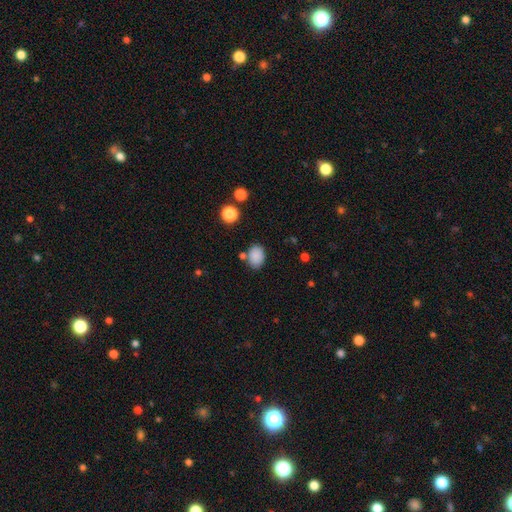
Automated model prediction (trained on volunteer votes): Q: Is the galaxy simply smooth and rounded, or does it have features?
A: smooth — 86%.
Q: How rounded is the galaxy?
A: in between — 71%.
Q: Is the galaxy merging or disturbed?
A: none — 76%.